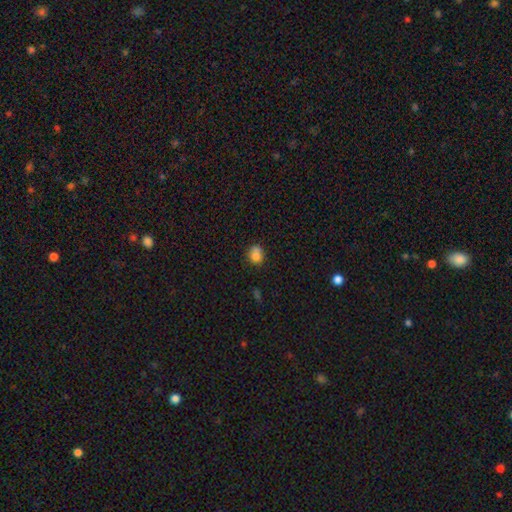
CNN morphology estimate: Overall: smooth (81%). How rounded: round (55%; in between 44%). Merging: none (58%; minor disturbance 26%).